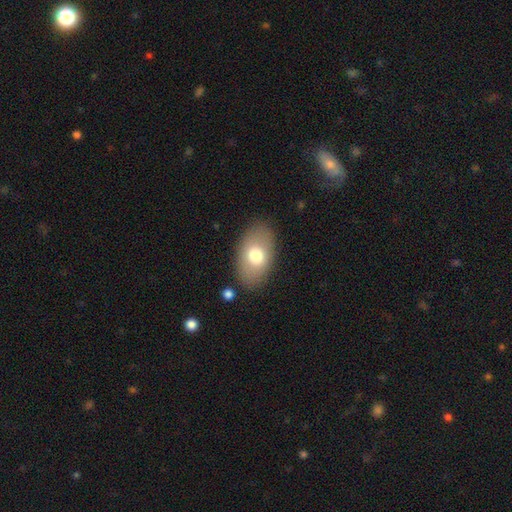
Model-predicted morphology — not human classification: Overall: smooth (73%). How rounded: in between (91%). Merging: none (84%).